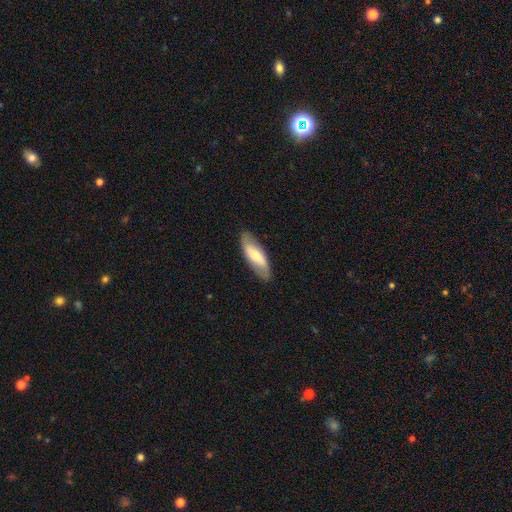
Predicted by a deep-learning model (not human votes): The model was most divided on "smooth or featured": smooth: 56%, featured or disk: 39%, star or artifact: 5%. More confident: merging — none (84%); how rounded — in between (64%).